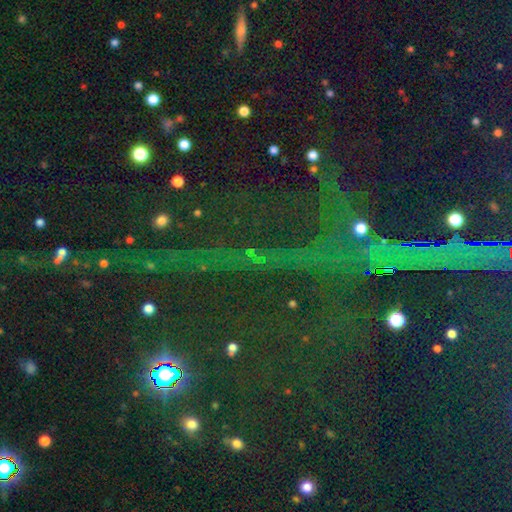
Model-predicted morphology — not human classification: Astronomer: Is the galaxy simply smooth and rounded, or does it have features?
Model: star or artifact — 85%.